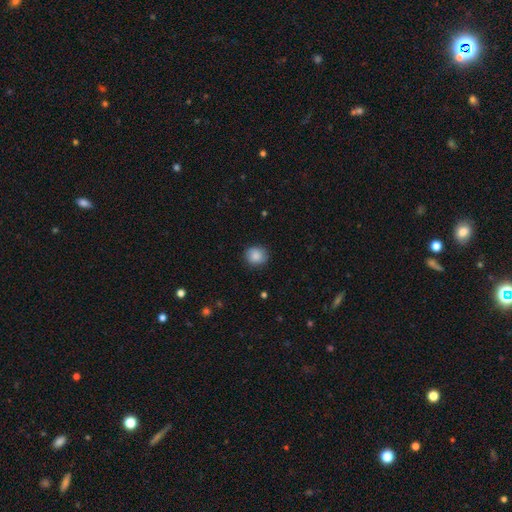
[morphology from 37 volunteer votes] This is clearly a smooth galaxy (84%). How rounded: clearly round (84%). Merging: clearly none (94%).